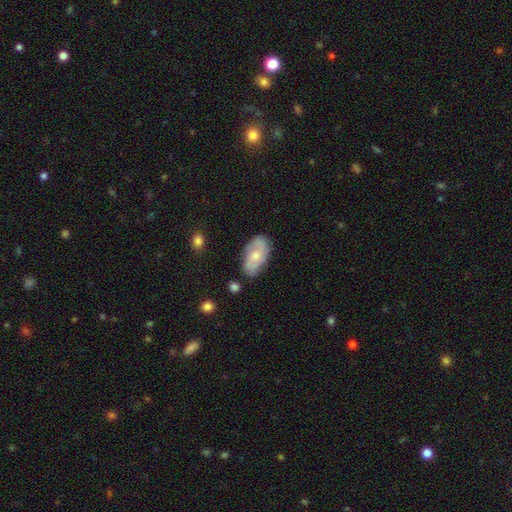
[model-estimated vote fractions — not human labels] smooth 52%, featured or disk 42%, star or artifact 6%. Down the decision tree: how rounded — in between (92%); merging — none (70%).